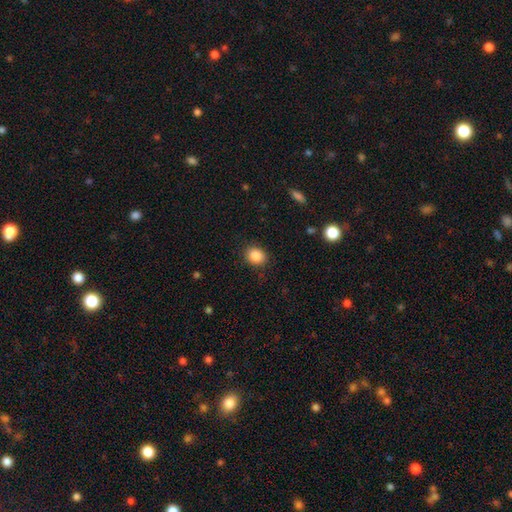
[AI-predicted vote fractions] smooth-or-featured: smooth: 87% | star or artifact: 9% | featured or disk: 4%
  how-rounded: round: 57% | in between: 42% | cigar-shaped: 1%
  merging: none: 88% | minor disturbance: 8% | major disturbance: 3% | merger: 1%